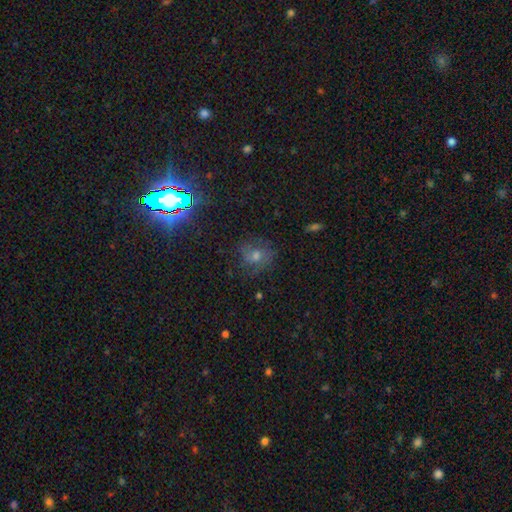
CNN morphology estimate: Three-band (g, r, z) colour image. It shows a featured or disk galaxy (36%). Merging: none (68%).